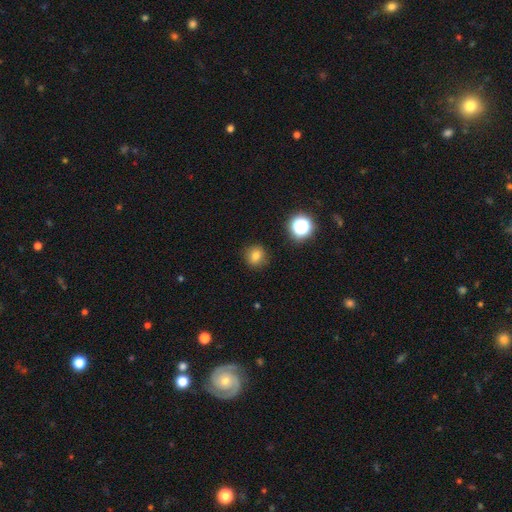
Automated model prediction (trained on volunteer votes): Q: Smooth or featured?
A: smooth (77%); runner-up: star or artifact (16%)
Q: How rounded?
A: round (85%); runner-up: in between (14%)
Q: Merging?
A: none (88%); runner-up: minor disturbance (8%)